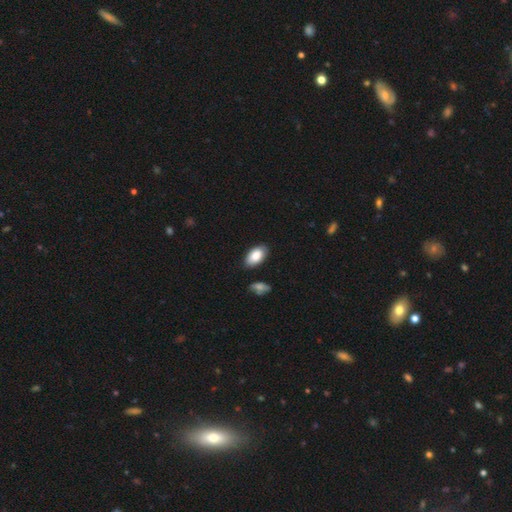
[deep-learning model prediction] Overall: smooth (85%). How rounded: in between (95%). Merging: none (82%).